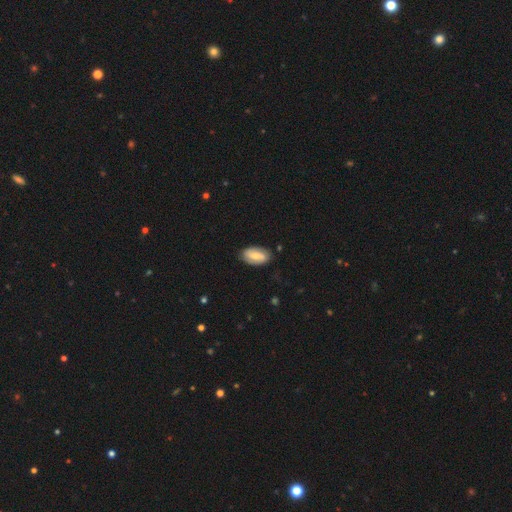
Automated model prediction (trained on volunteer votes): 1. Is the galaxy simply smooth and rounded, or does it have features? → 53% smooth, 41% featured or disk, 6% star or artifact.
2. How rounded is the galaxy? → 93% in between, 4% round, 3% cigar-shaped.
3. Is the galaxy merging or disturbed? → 82% none, 14% minor disturbance, 3% major disturbance, 1% merger.